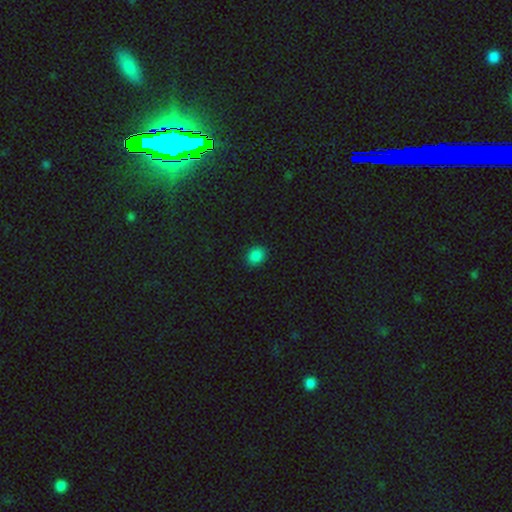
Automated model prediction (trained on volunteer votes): Morphology: type=smooth (85%); roundness=round (60%); merging=none (89%).